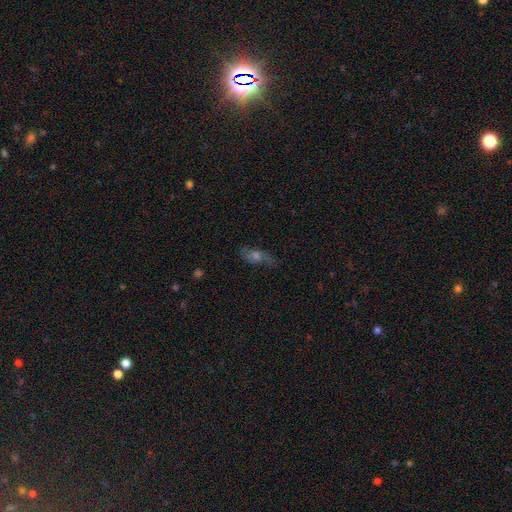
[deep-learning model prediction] Smooth or featured?
  - featured or disk: 54% *
  - smooth: 29%
  - star or artifact: 17%
Edge-on disk?
  - no: 77% *
  - yes: 23%
Merging?
  - none: 68% *
  - minor disturbance: 19%
  - major disturbance: 11%
  - merger: 2%